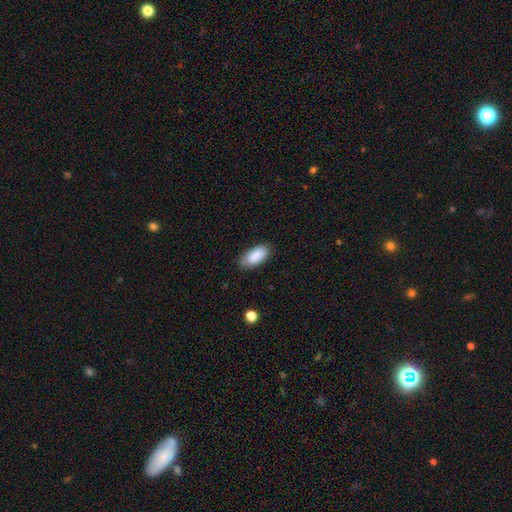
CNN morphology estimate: type=smooth (87%); roundness=in between (92%); merging=none (77%).